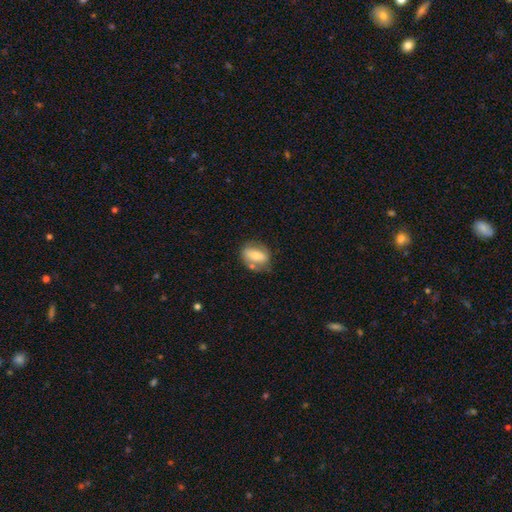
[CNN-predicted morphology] The model was most divided on "smooth or featured": smooth: 61%, featured or disk: 32%, star or artifact: 7%. More confident: how rounded — in between (78%); merging — none (60%).